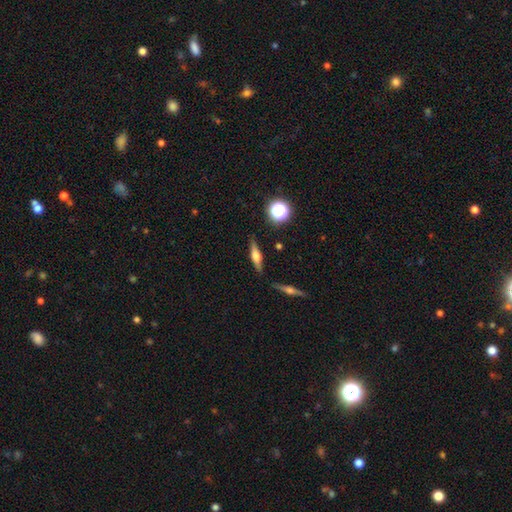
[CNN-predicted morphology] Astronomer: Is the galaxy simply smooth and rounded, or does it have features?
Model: featured or disk — 56% (runner-up: smooth, 35%).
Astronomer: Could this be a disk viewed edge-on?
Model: yes — 95%.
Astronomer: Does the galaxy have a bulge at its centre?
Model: rounded — 85%.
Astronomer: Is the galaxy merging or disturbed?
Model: none — 83%.